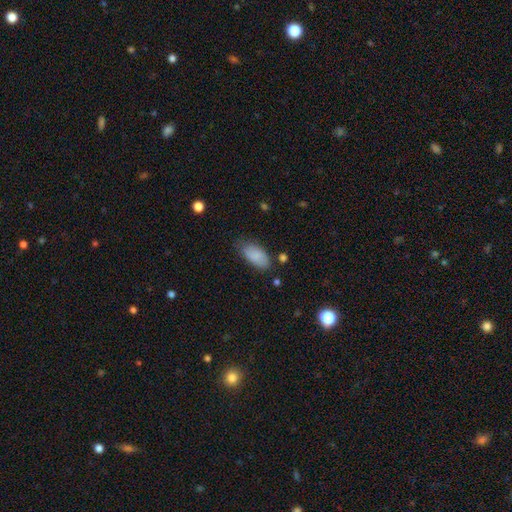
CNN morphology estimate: smooth-or-featured: smooth: 87% | star or artifact: 7% | featured or disk: 7%
  how-rounded: in between: 93% | cigar-shaped: 4% | round: 3%
  merging: none: 68% | minor disturbance: 24% | major disturbance: 6% | merger: 3%